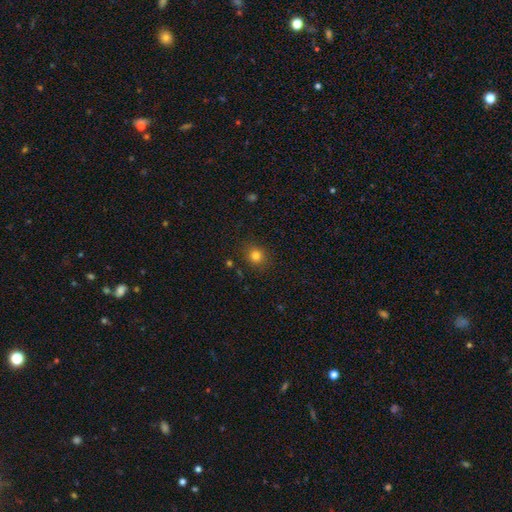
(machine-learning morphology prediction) Smooth or featured? Predicted: smooth (p=0.81). How rounded? Predicted: round (p=0.82). Merging? Predicted: none (p=0.86).